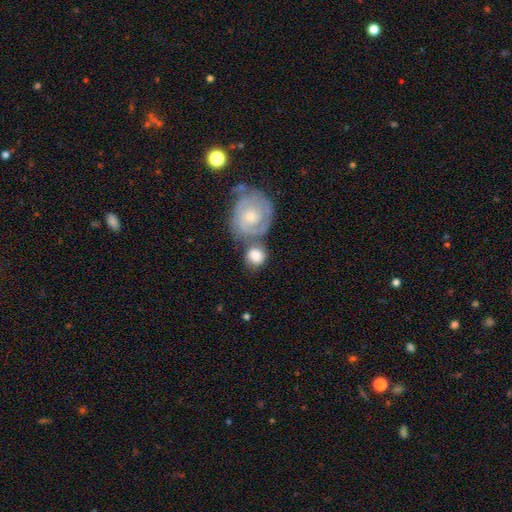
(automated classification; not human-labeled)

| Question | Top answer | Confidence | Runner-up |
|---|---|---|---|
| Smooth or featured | smooth | 66% | featured or disk (28%) |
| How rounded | round | 82% | in between (17%) |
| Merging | none | 49% | merger (29%) |